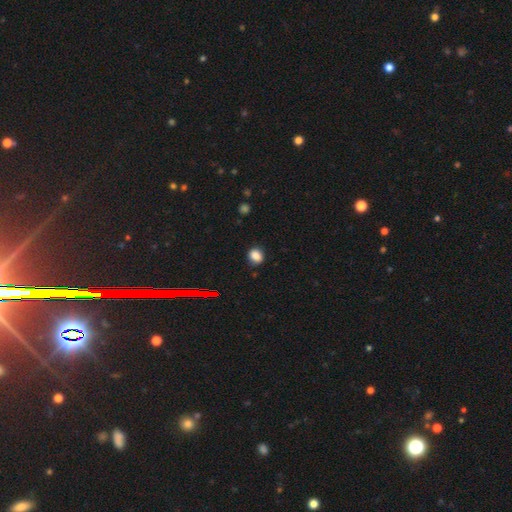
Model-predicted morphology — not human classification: A smooth galaxy with no disk features (84%) that is round (56%).

Vote fractions:
- Smooth or featured? smooth: 84% / star or artifact: 12% / featured or disk: 4%
- How rounded? round: 56% / in between: 43% / cigar-shaped: 1%
- Merging? none: 86% / minor disturbance: 10% / major disturbance: 2% / merger: 1%